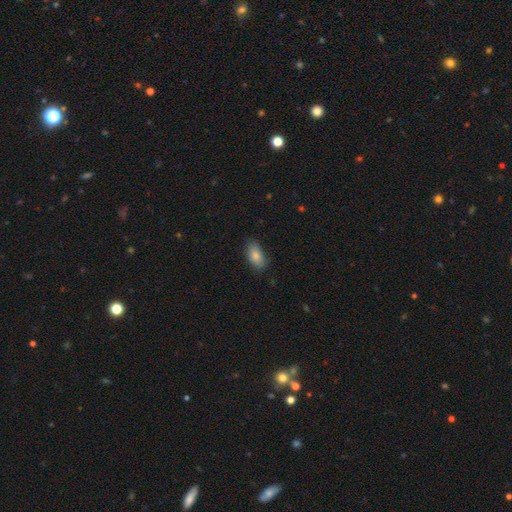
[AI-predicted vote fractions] A smooth galaxy with no disk features (85%) that is in between round and cigar-shaped (91%). Merging: none (80%).